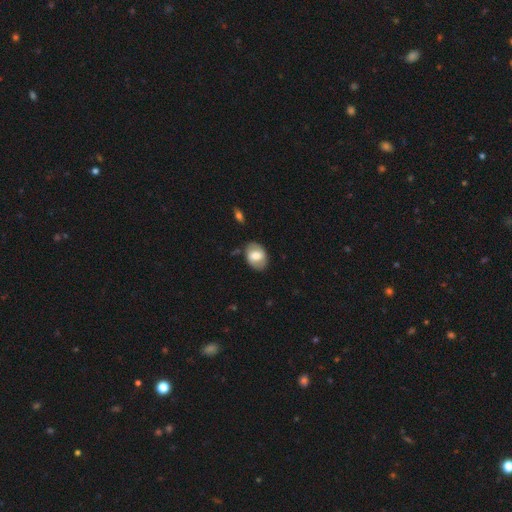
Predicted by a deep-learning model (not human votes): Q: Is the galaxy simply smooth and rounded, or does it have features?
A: smooth — 61%.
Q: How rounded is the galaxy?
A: in between — 77%.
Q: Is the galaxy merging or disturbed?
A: none — 76%.